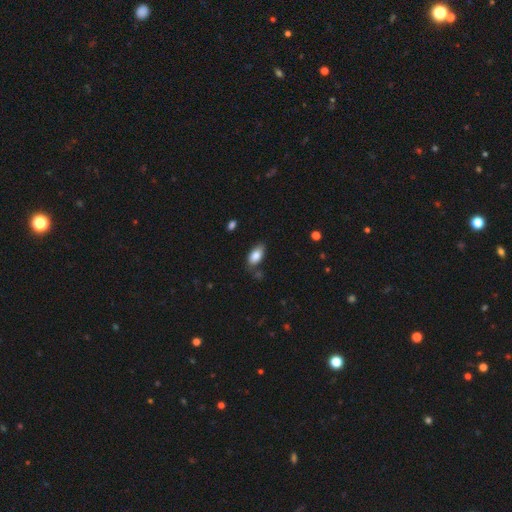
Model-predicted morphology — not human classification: smooth_or_featured: smooth (p=0.84) [alt: featured or disk p=0.08]
how_rounded: in between (p=0.92) [alt: cigar-shaped p=0.05]
merging: none (p=0.73) [alt: minor disturbance p=0.19]